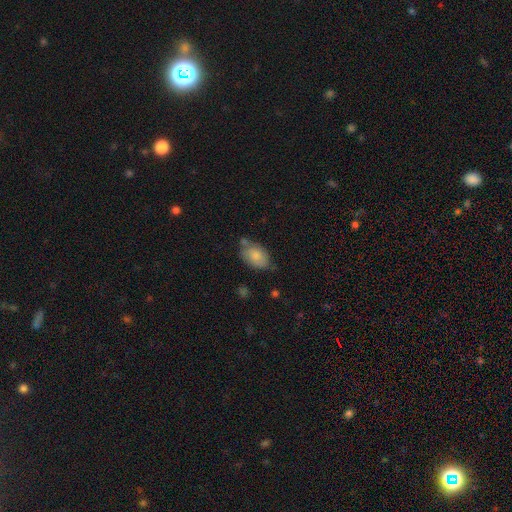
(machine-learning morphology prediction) Q: Smooth or featured?
A: smooth (77%); runner-up: featured or disk (16%)
Q: How rounded?
A: in between (86%); runner-up: round (12%)
Q: Merging?
A: none (54%); runner-up: minor disturbance (29%)